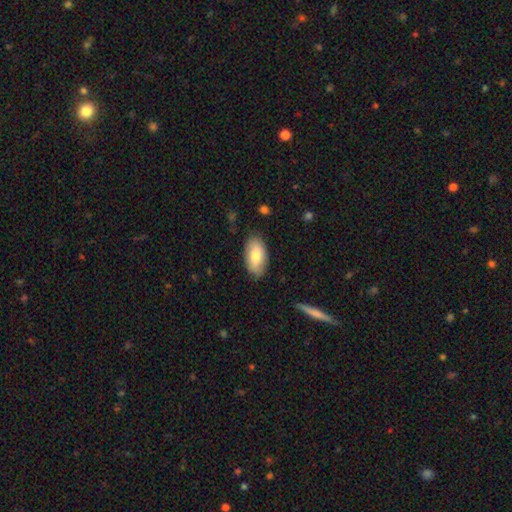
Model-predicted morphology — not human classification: Smooth or featured? smooth (79%)
How rounded? in between (94%)
Merging? none (82%)